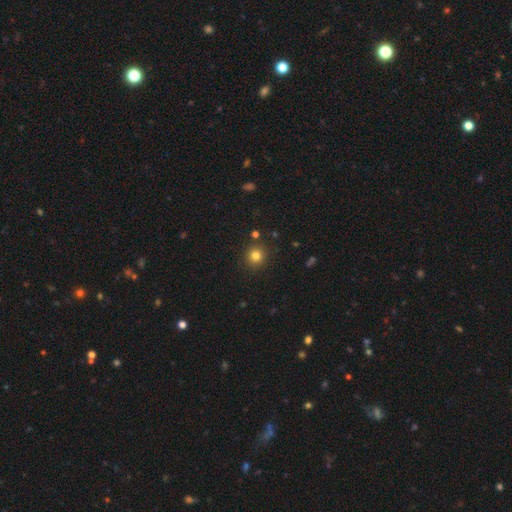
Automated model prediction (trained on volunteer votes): smooth-or-featured: smooth: 80% | star or artifact: 14% | featured or disk: 6%
  how-rounded: round: 92% | in between: 7% | cigar-shaped: 1%
  merging: none: 89% | minor disturbance: 6% | merger: 3% | major disturbance: 2%